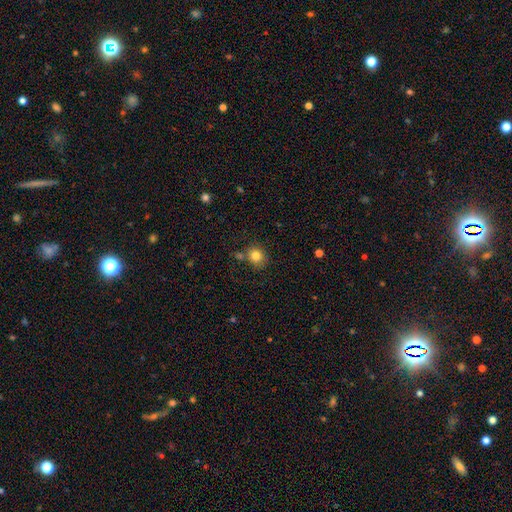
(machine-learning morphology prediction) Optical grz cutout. It shows a smooth galaxy with no disk features (81%) that is round (84%). Merging: none (75%).